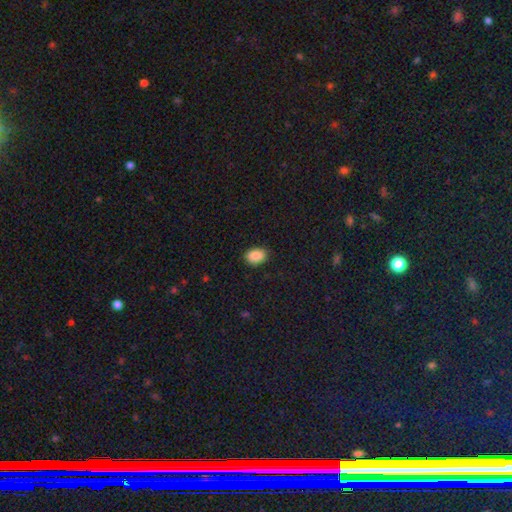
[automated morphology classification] smooth-or-featured: smooth: 88% | star or artifact: 8% | featured or disk: 3%
  how-rounded: in between: 75% | round: 24% | cigar-shaped: 1%
  merging: none: 87% | minor disturbance: 9% | major disturbance: 2% | merger: 1%